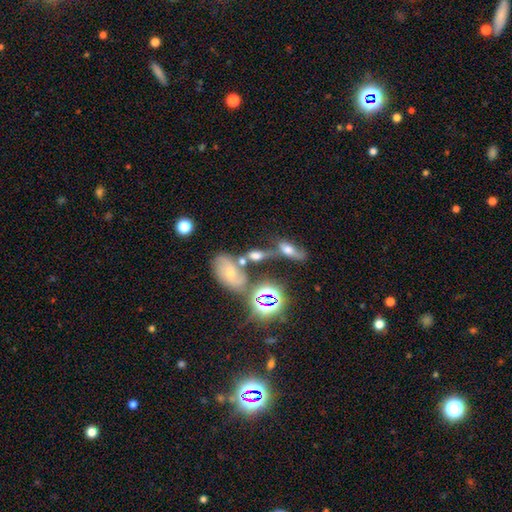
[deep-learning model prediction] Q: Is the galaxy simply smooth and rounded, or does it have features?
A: smooth — 47%.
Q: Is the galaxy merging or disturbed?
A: merger — 41%.